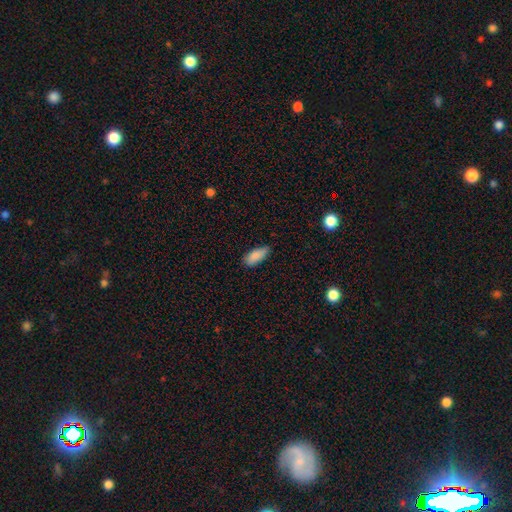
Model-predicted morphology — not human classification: The model was most divided on "merging": none: 73%, minor disturbance: 22%, major disturbance: 3%, merger: 1%. More confident: smooth or featured — smooth (87%); how rounded — in between (80%).